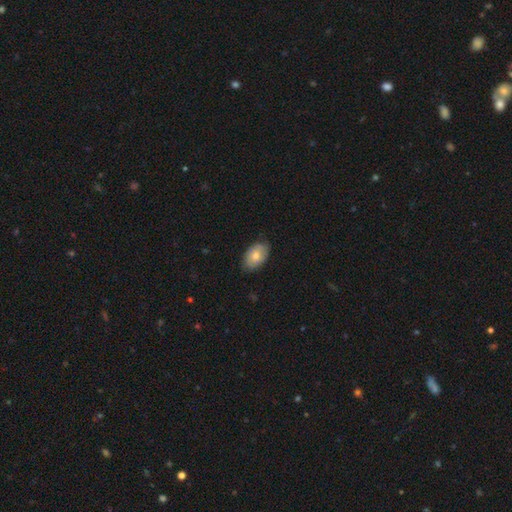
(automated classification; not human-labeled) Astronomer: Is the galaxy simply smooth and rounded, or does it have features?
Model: smooth — 70%.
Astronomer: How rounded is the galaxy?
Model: in between — 91%.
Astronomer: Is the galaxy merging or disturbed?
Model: none — 79%.